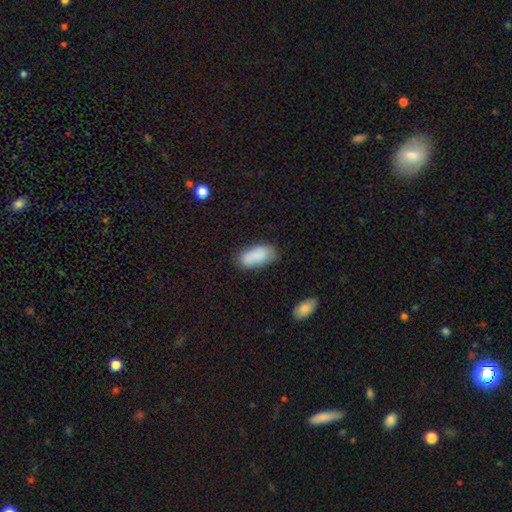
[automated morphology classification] Smooth or featured?
  - smooth: 86% *
  - featured or disk: 7%
  - star or artifact: 7%
How rounded?
  - in between: 92% *
  - cigar-shaped: 6%
  - round: 3%
Merging?
  - none: 71% *
  - minor disturbance: 21%
  - major disturbance: 5%
  - merger: 3%